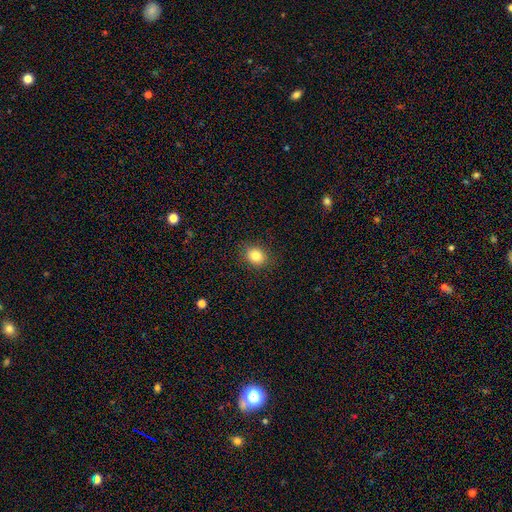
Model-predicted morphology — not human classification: This is clearly a smooth galaxy (83%). How rounded: likely round (60%). Merging: clearly none (87%).